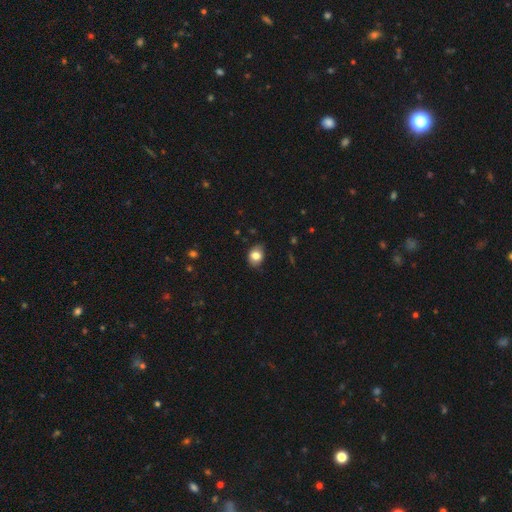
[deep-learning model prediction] The model was most divided on "how rounded": in between: 52%, round: 47%, cigar-shaped: 1%. More confident: smooth or featured — smooth (81%); merging — none (76%).